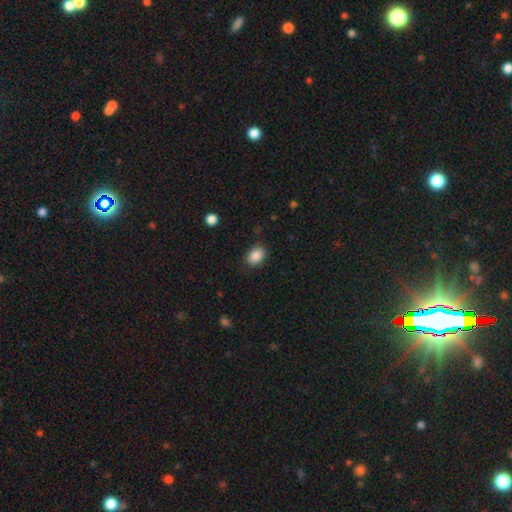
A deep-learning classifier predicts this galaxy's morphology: The model was most divided on "how rounded": in between: 72%, round: 27%, cigar-shaped: 1%. More confident: smooth or featured — smooth (88%); merging — none (84%).